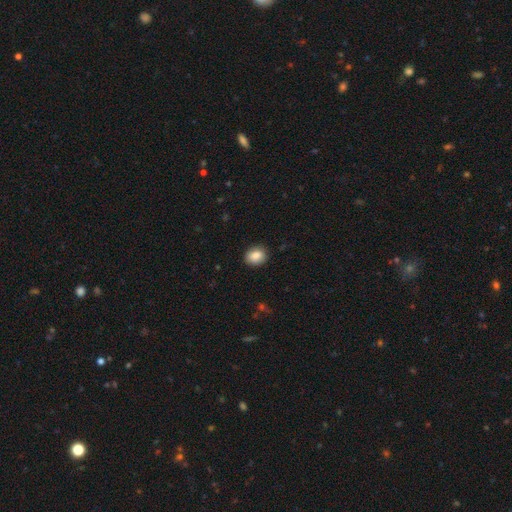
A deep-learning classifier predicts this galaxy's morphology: The model was most divided on "how rounded": in between: 50%, round: 49%, cigar-shaped: 1%. More confident: merging — none (89%); smooth or featured — smooth (86%).